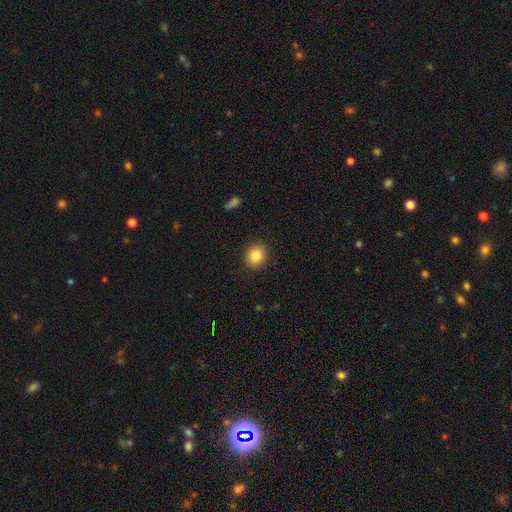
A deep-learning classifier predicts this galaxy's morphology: A smooth galaxy with no disk features (85%) that is round (75%). Merging: none (90%).